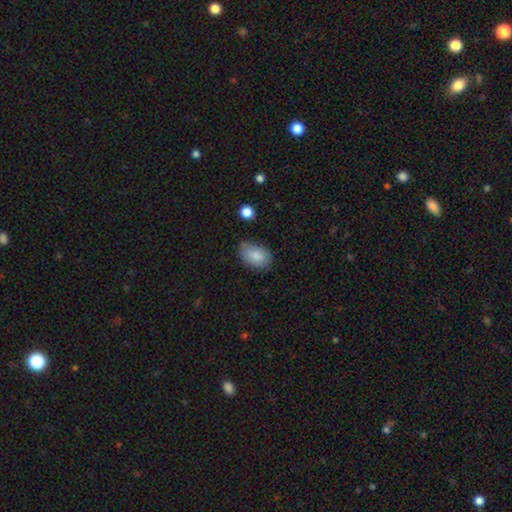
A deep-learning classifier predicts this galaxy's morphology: Smooth or featured: smooth — 85% (featured or disk — 8%)
How rounded: in between — 87% (round — 11%)
Merging: none — 69% (minor disturbance — 24%)